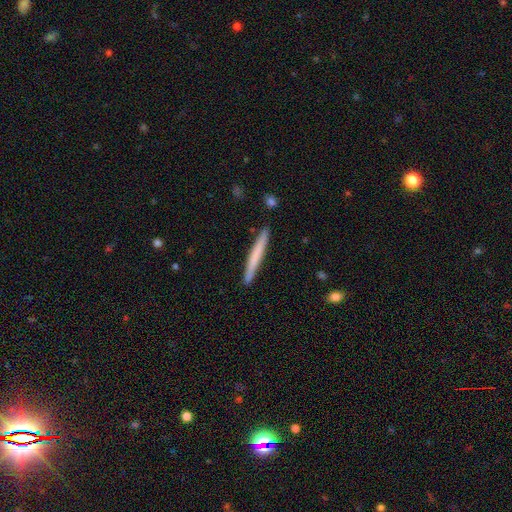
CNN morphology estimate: smooth 63%, featured or disk 31%, star or artifact 5%. Down the decision tree: how rounded — cigar-shaped (97%); merging — none (89%).